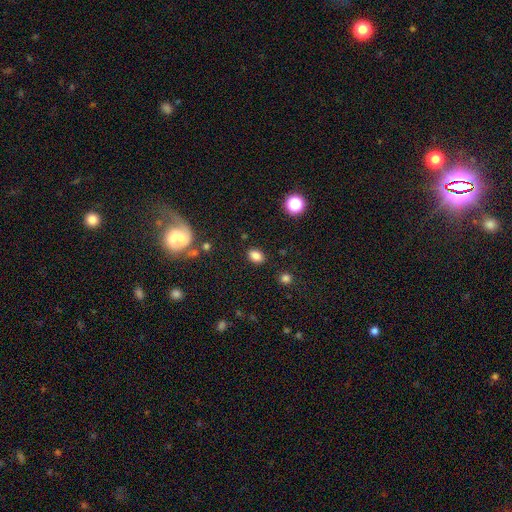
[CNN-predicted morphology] Smooth or featured? Predicted: smooth (p=0.83). How rounded? Predicted: in between (p=0.74). Merging? Predicted: none (p=0.85).